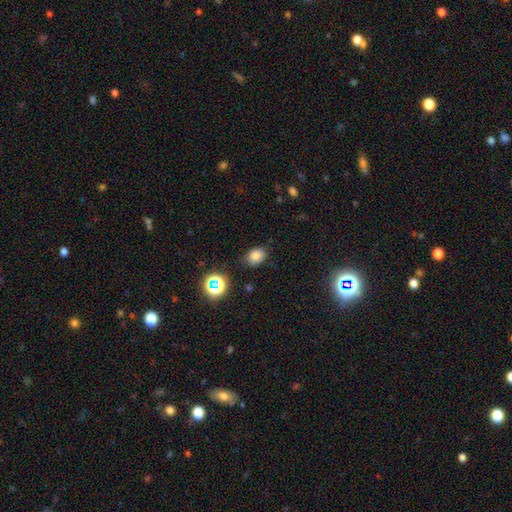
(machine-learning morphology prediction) smooth 78%, star or artifact 16%, featured or disk 7%. Down the decision tree: how rounded — in between (69%); merging — none (79%).